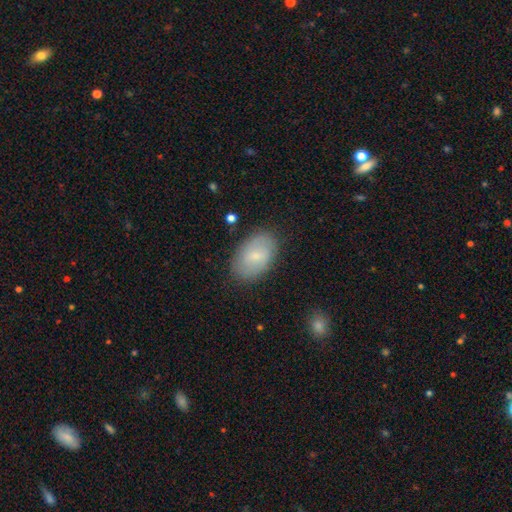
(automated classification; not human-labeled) Q: Smooth or featured?
A: smooth (69%); runner-up: featured or disk (24%)
Q: How rounded?
A: in between (91%); runner-up: round (7%)
Q: Merging?
A: none (83%); runner-up: minor disturbance (12%)